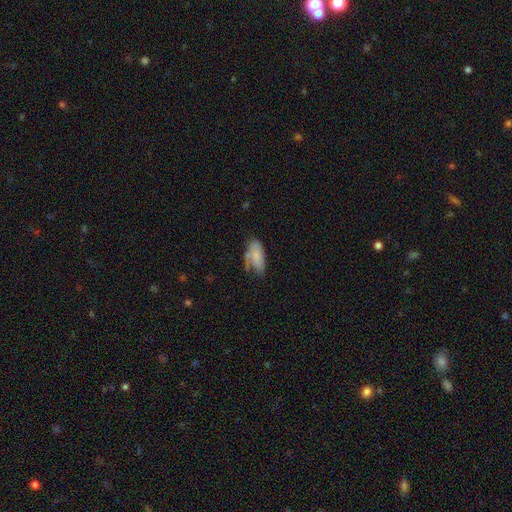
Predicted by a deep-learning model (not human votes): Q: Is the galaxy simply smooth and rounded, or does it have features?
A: smooth — 70%.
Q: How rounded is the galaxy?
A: in between — 90%.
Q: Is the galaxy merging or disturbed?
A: none — 38%.